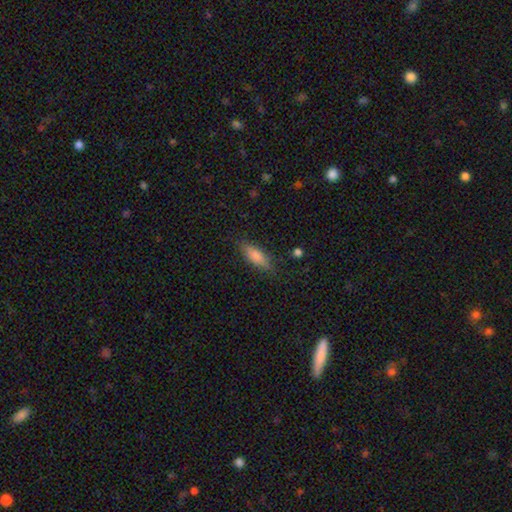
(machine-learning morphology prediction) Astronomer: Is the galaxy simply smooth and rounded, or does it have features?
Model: smooth — 78%.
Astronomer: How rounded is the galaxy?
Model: in between — 53% (runner-up: cigar-shaped, 45%).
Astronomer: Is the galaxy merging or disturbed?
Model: none — 82%.